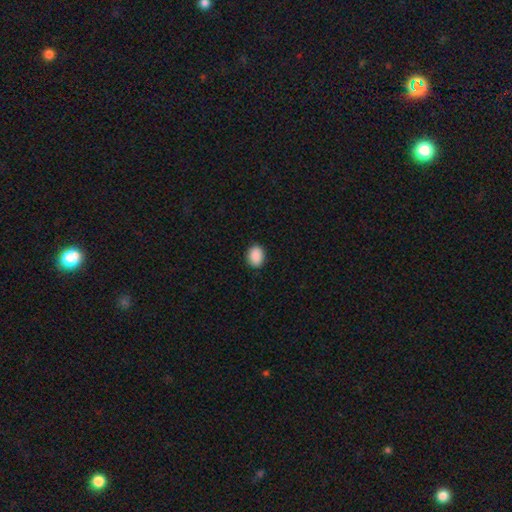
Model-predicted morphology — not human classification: Q: Smooth or featured?
A: smooth (90%); runner-up: star or artifact (7%)
Q: How rounded?
A: in between (65%); runner-up: round (34%)
Q: Merging?
A: none (90%); runner-up: minor disturbance (8%)